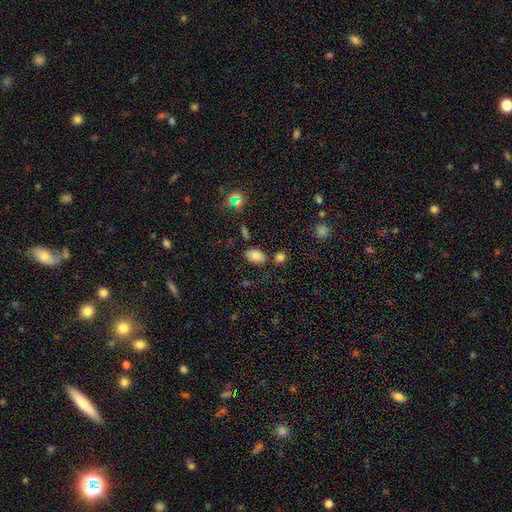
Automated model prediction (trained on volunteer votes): This appears to be a smooth galaxy with no disk features (81%) that is in between round and cigar-shaped (89%). Merging: none (77%).